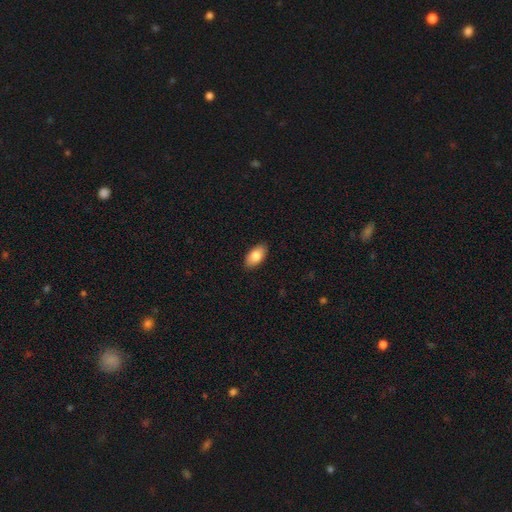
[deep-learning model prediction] Morphology: type=smooth (82%); roundness=in between (93%); merging=none (89%).